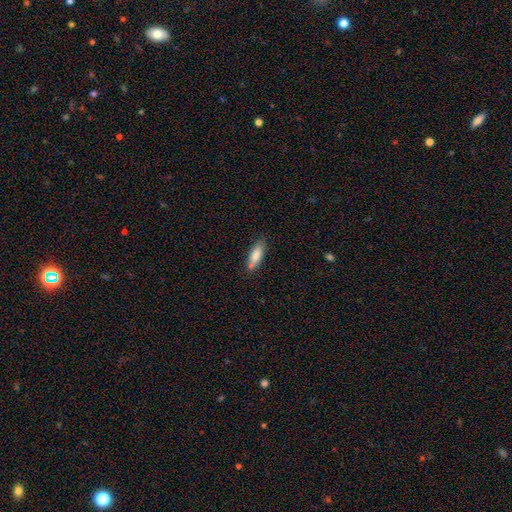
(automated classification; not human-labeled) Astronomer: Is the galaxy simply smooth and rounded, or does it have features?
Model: smooth — 83%.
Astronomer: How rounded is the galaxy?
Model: in between — 53% (runner-up: cigar-shaped, 45%).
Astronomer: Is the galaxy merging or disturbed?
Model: none — 72%.